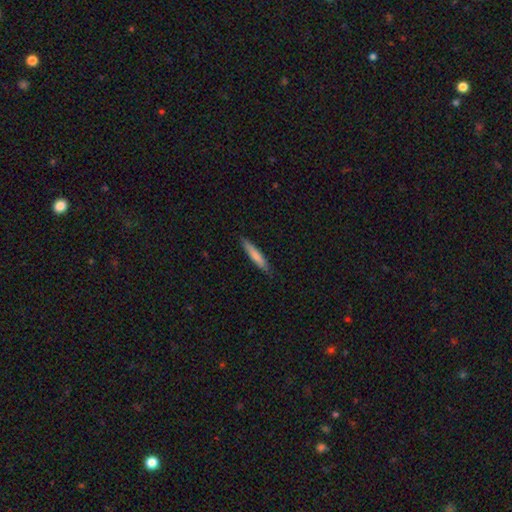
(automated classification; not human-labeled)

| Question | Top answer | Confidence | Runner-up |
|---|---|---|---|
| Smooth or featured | smooth | 73% | featured or disk (21%) |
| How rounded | cigar-shaped | 91% | in between (8%) |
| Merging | none | 87% | minor disturbance (10%) |